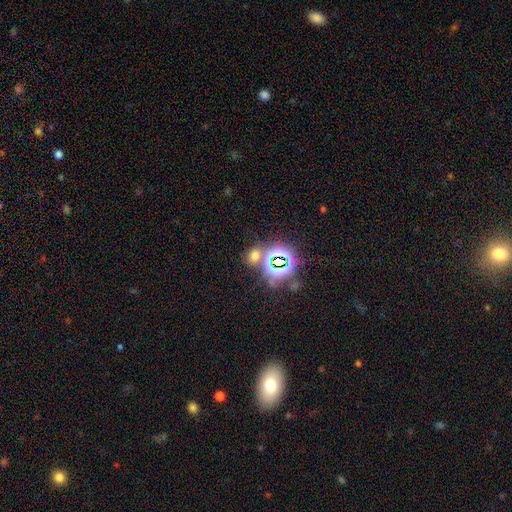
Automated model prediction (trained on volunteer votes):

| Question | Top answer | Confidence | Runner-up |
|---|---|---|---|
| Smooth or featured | smooth | 48% | star or artifact (45%) |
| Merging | none | 68% | merger (17%) |